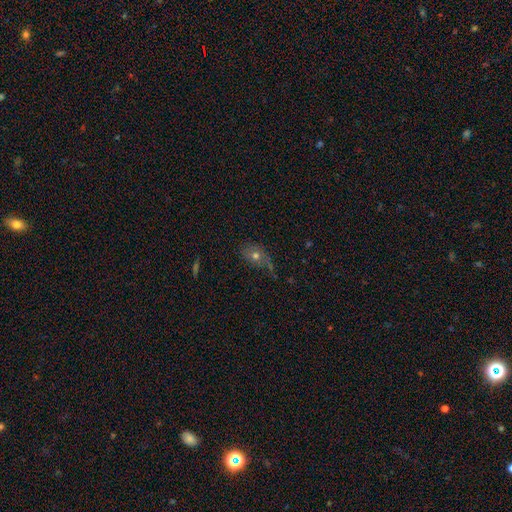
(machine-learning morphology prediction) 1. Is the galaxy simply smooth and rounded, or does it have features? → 63% smooth, 21% featured or disk, 15% star or artifact.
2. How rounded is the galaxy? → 68% in between, 29% round, 3% cigar-shaped.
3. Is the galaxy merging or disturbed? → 47% none, 29% minor disturbance, 18% major disturbance, 6% merger.